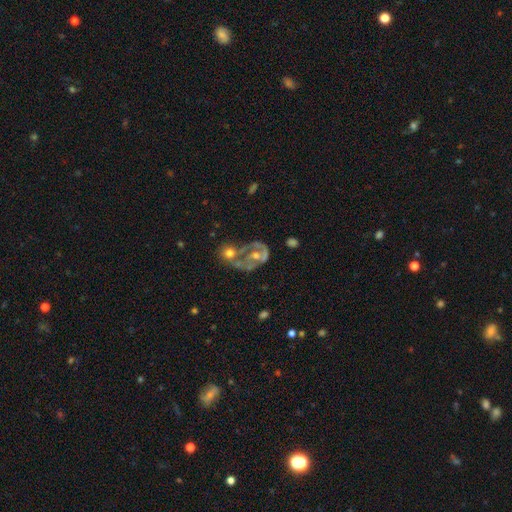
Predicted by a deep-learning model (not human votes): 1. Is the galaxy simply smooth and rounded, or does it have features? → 67% featured or disk, 24% smooth, 9% star or artifact.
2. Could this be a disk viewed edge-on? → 98% no, 2% yes.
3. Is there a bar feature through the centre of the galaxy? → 78% no, 18% weak, 5% strong.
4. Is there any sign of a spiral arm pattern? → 56% no, 44% yes.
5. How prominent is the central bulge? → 49% moderate, 27% small, 16% none, 7% large, 2% dominant.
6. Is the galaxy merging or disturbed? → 43% merger, 26% major disturbance, 18% none, 12% minor disturbance.